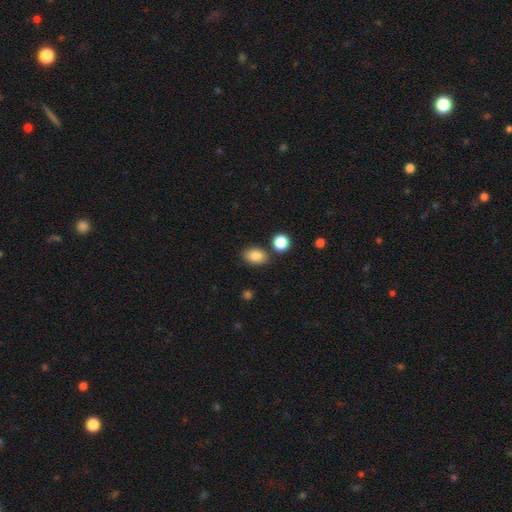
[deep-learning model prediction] Smooth or featured? Predicted: smooth (p=0.86). How rounded? Predicted: in between (p=0.81). Merging? Predicted: none (p=0.79).